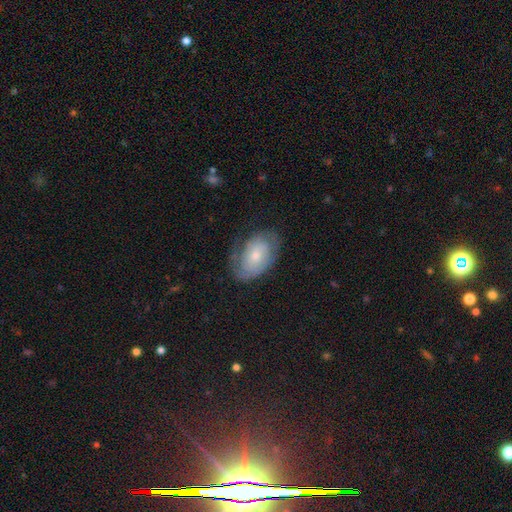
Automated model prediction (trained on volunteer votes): Smooth or featured: featured or disk — 47% (smooth — 46%)
Merging: none — 61% (minor disturbance — 26%)